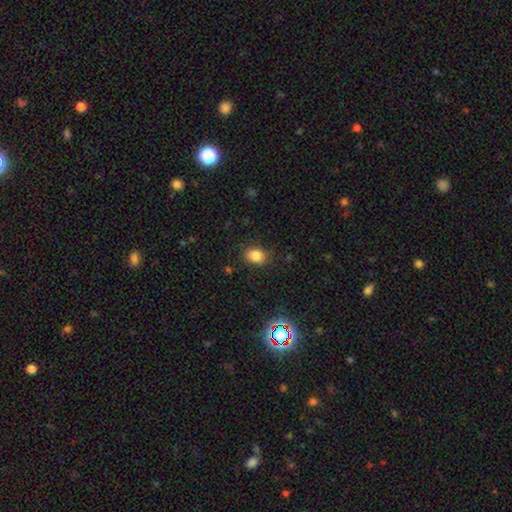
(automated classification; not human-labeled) A smooth galaxy with no disk features (83%) that is in between round and cigar-shaped (59%). Merging: none (83%).